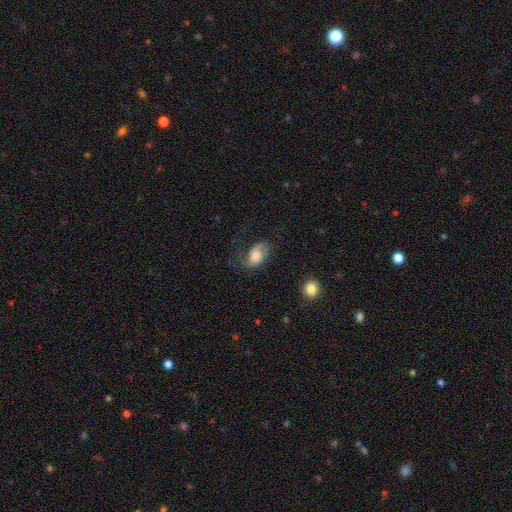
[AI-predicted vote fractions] smooth-or-featured: smooth: 54% | featured or disk: 38% | star or artifact: 8%
  how-rounded: in between: 85% | round: 13% | cigar-shaped: 2%
  merging: none: 43% | major disturbance: 29% | minor disturbance: 27% | merger: 2%